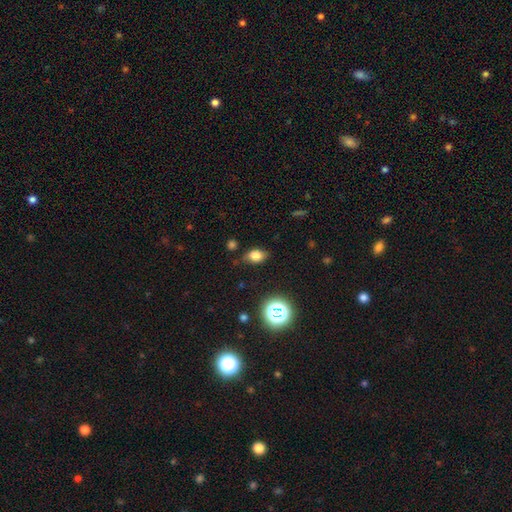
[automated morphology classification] This appears to be a smooth galaxy with no disk features (76%) that is in between round and cigar-shaped (77%). Merging: none (77%).